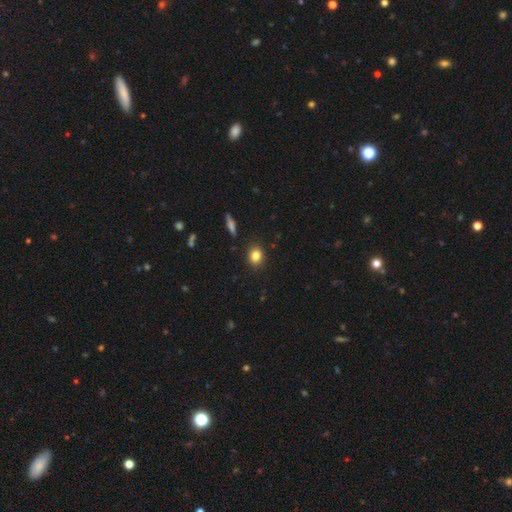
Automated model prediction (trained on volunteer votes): A smooth galaxy with no disk features (83%) that is round (61%).

Vote fractions:
- Smooth or featured? smooth: 83% / star or artifact: 11% / featured or disk: 7%
- How rounded? round: 61% / in between: 37% / cigar-shaped: 2%
- Merging? none: 89% / minor disturbance: 8% / major disturbance: 2% / merger: 2%